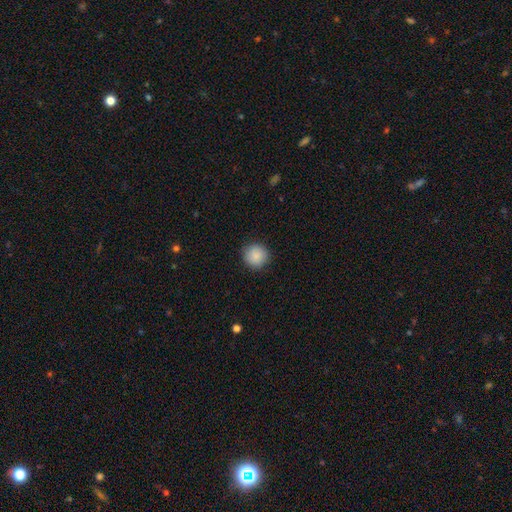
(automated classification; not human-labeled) Morphology: type=smooth (89%); roundness=round (94%); merging=none (91%).